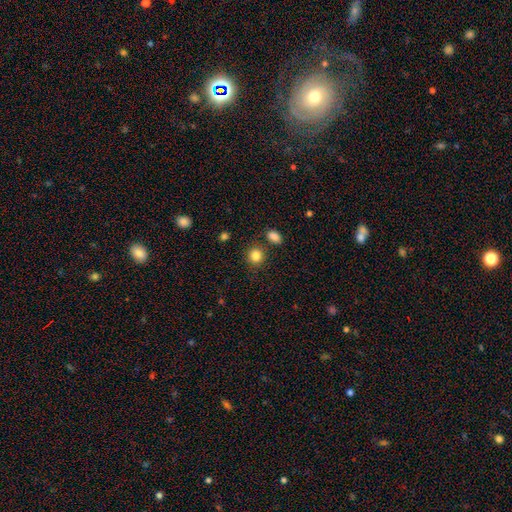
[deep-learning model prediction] Smooth or featured?
  - smooth: 85% *
  - star or artifact: 11%
  - featured or disk: 5%
How rounded?
  - round: 86% *
  - in between: 13%
  - cigar-shaped: 1%
Merging?
  - none: 83% *
  - minor disturbance: 8%
  - merger: 6%
  - major disturbance: 3%